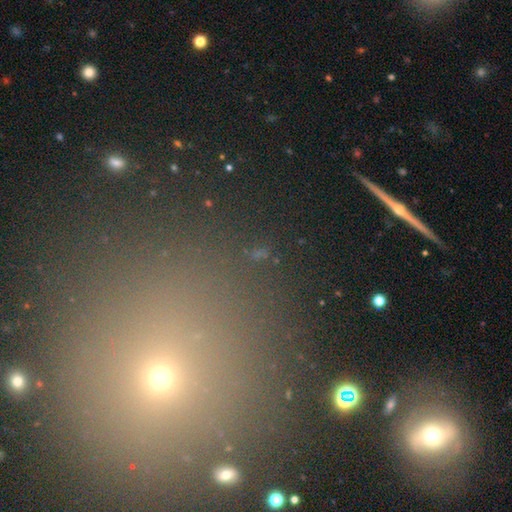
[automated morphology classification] Q: Smooth or featured?
A: star or artifact (65%); runner-up: smooth (22%)